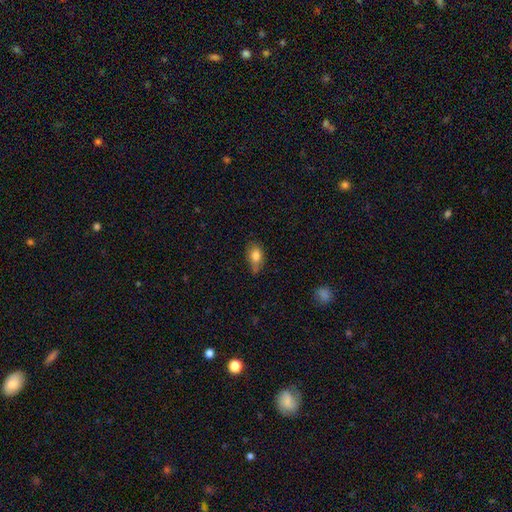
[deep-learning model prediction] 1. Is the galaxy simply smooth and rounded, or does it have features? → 80% smooth, 11% featured or disk, 9% star or artifact.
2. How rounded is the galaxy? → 82% in between, 16% round, 3% cigar-shaped.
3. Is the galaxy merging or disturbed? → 52% none, 35% minor disturbance, 7% major disturbance, 6% merger.